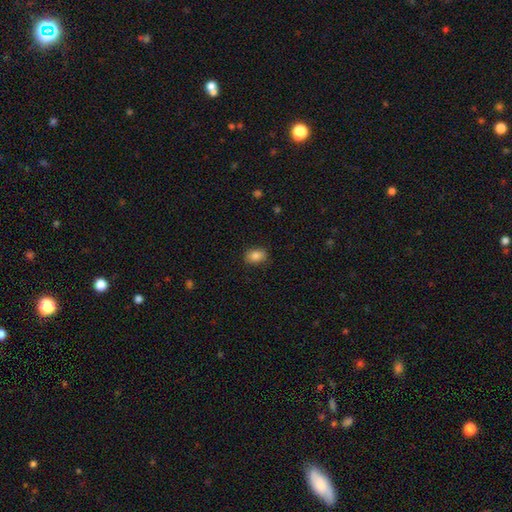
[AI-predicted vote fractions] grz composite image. It shows a smooth galaxy with no disk features (85%) that is in between round and cigar-shaped (76%). Merging: none (86%).